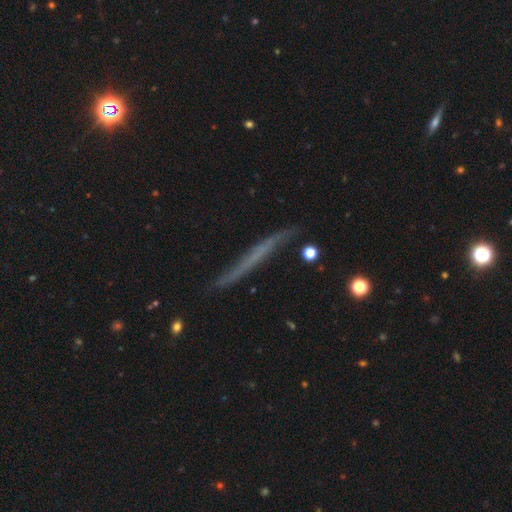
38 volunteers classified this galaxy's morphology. This appears to be a smooth galaxy with no disk features (45%, tied with featured or disk) that is cigar-shaped (100%). Merging: none (79%).